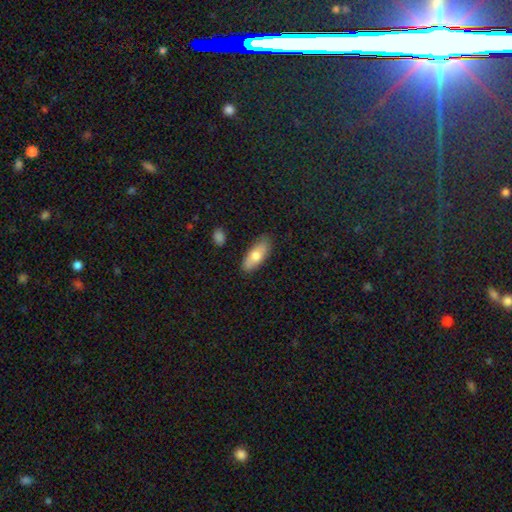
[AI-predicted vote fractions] Smooth or featured? smooth (71%)
How rounded? in between (77%)
Merging? none (83%)